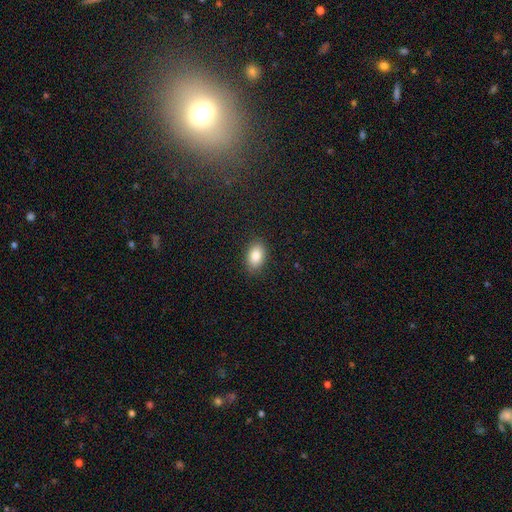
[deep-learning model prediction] Q: Smooth or featured?
A: smooth (84%); runner-up: star or artifact (8%)
Q: How rounded?
A: in between (88%); runner-up: round (10%)
Q: Merging?
A: none (87%); runner-up: minor disturbance (9%)